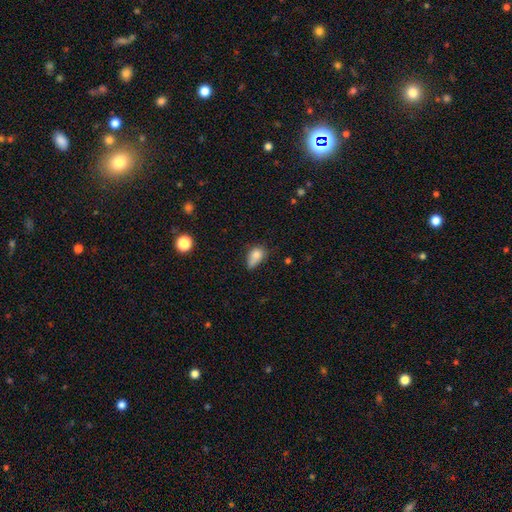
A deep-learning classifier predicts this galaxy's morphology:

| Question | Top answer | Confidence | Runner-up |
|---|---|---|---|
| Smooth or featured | smooth | 78% | featured or disk (12%) |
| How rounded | in between | 77% | round (20%) |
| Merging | minor disturbance | 40% | none (33%) |